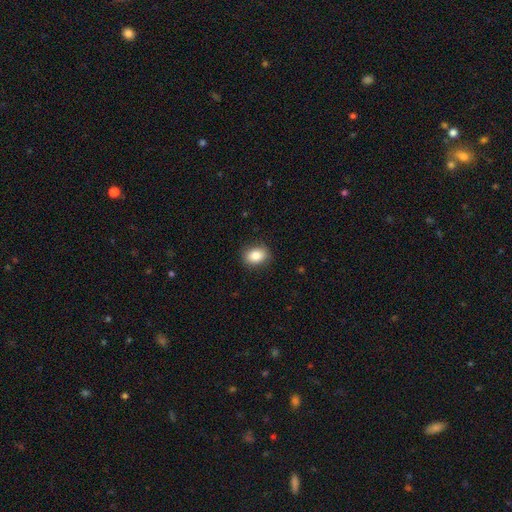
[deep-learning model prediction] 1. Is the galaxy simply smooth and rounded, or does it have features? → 85% smooth, 8% star or artifact, 7% featured or disk.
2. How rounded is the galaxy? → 65% in between, 34% round, 1% cigar-shaped.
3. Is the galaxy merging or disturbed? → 88% none, 9% minor disturbance, 2% major disturbance, 1% merger.